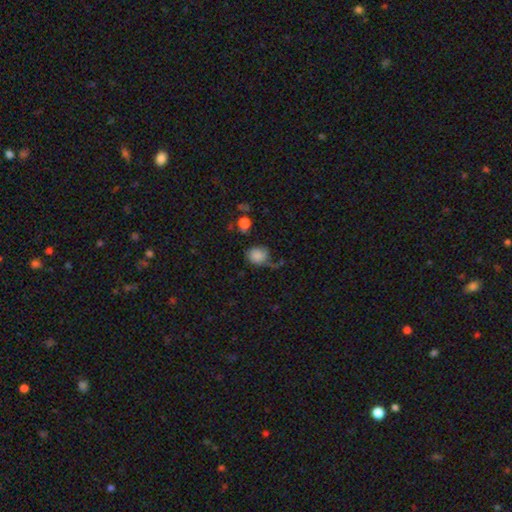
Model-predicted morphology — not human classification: A smooth galaxy with no disk features (78%) that is round (67%).

Vote fractions:
- Smooth or featured? smooth: 78% / featured or disk: 12% / star or artifact: 10%
- How rounded? round: 67% / in between: 32% / cigar-shaped: 1%
- Merging? none: 40% / minor disturbance: 30% / major disturbance: 23% / merger: 7%